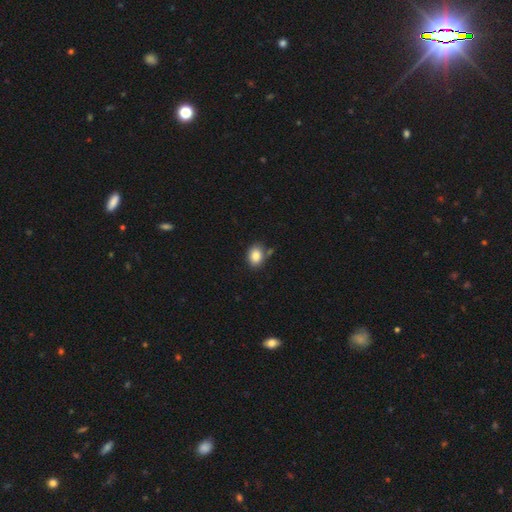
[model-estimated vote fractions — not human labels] This is clearly a smooth galaxy (86%). How rounded: likely in between (67%). Merging: likely none (74%).